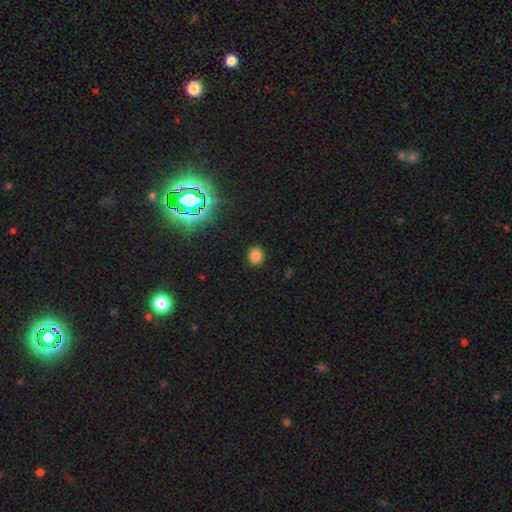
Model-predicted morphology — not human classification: This appears to be a smooth galaxy with no disk features (79%) that is round (73%). Merging: none (89%).